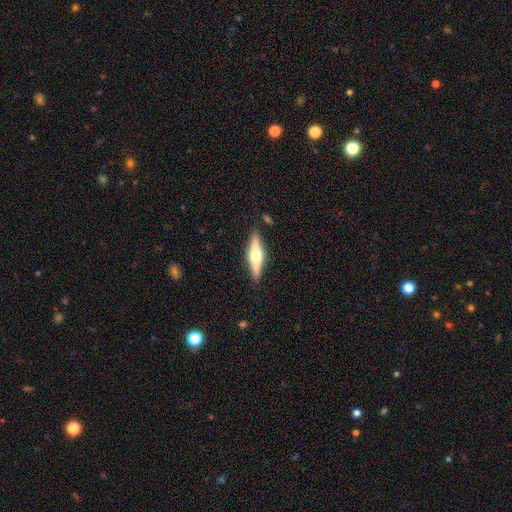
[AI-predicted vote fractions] Overall: featured or disk (65%; smooth 29%). Edge-on disk: yes (96%). Edge-on bulge: rounded (93%). Merging: none (87%).